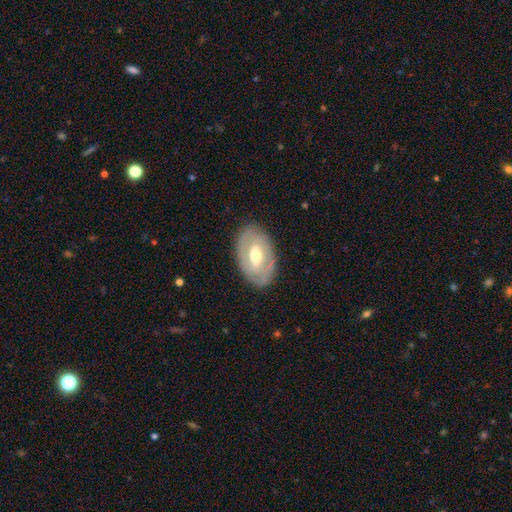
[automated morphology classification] smooth_or_featured: featured or disk (p=0.64) [alt: smooth p=0.30]
disk_edge_on: no (p=0.92) [alt: yes p=0.08]
bar: weak (p=0.44) [alt: no p=0.29]
has_spiral_arms: no (p=0.52) [alt: yes p=0.48]
bulge_size: moderate (p=0.66) [alt: small p=0.26]
merging: none (p=0.83) [alt: minor disturbance p=0.12]